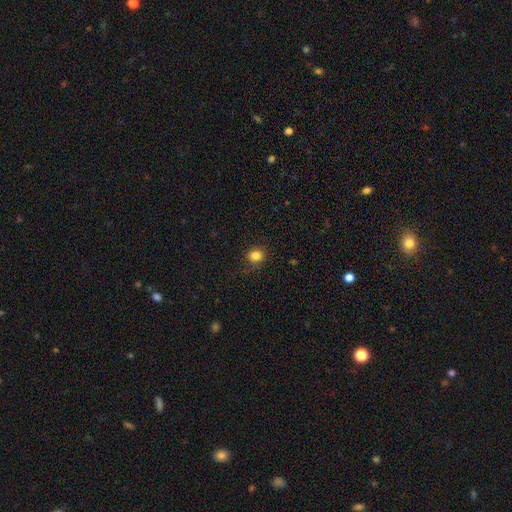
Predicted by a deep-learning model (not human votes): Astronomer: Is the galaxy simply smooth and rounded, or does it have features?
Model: smooth — 83%.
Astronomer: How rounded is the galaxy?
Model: round — 82%.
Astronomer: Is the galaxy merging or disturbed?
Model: none — 85%.